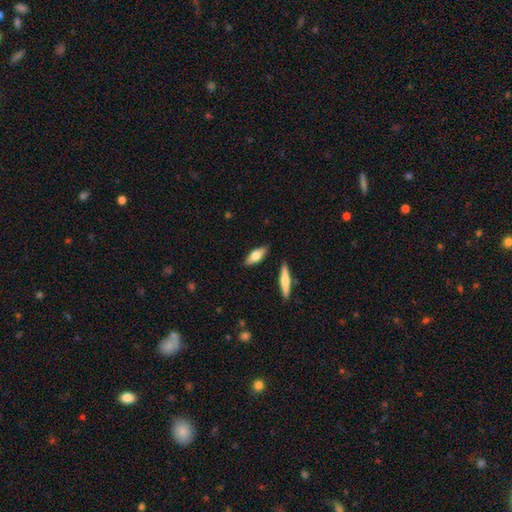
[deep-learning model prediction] smooth-or-featured: smooth: 66% | featured or disk: 28% | star or artifact: 6%
  how-rounded: in between: 62% | cigar-shaped: 36% | round: 3%
  merging: none: 86% | minor disturbance: 9% | merger: 3% | major disturbance: 2%